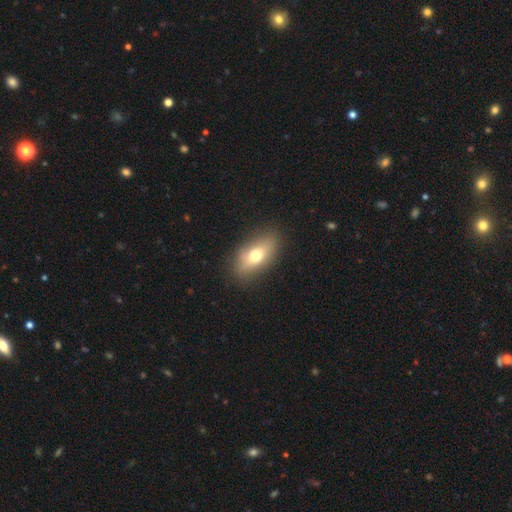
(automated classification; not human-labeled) Morphology: type=smooth (69%); roundness=in between (85%); merging=none (80%).